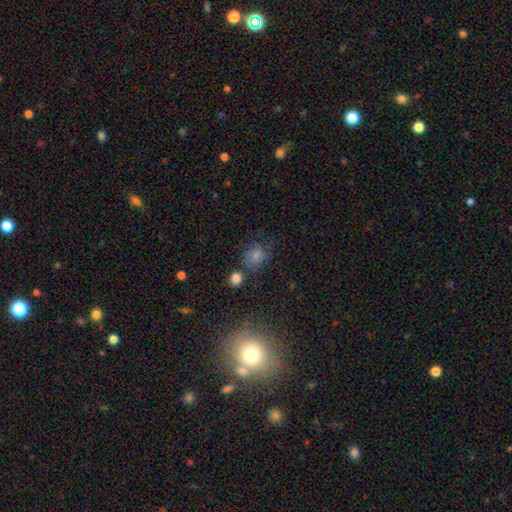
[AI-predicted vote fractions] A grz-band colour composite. It shows a smooth galaxy with no disk features (71%) that is round (63%). Merging: none (57%).